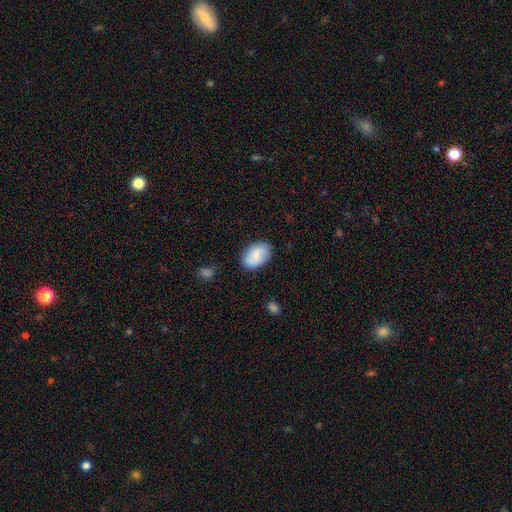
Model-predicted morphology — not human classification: Smooth or featured?
  - smooth: 77% *
  - featured or disk: 17%
  - star or artifact: 7%
How rounded?
  - in between: 90% *
  - round: 9%
  - cigar-shaped: 1%
Merging?
  - none: 82% *
  - minor disturbance: 14%
  - major disturbance: 3%
  - merger: 2%